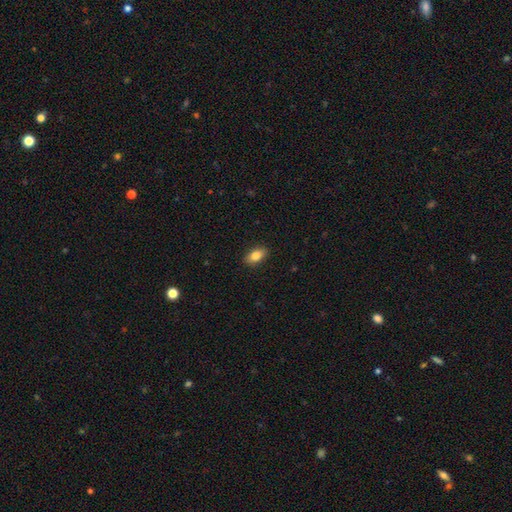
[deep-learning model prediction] Smooth or featured? smooth (82%)
How rounded? in between (89%)
Merging? none (90%)